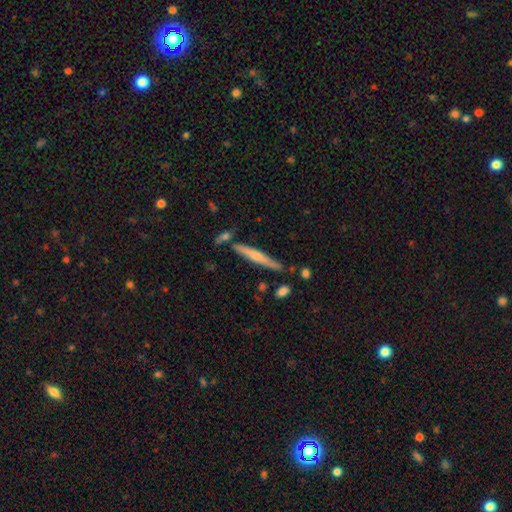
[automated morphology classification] A smooth galaxy with no disk features (48%).

Vote fractions:
- Smooth or featured? smooth: 48% / featured or disk: 46% / star or artifact: 6%
- Merging? none: 78% / minor disturbance: 13% / merger: 6% / major disturbance: 3%